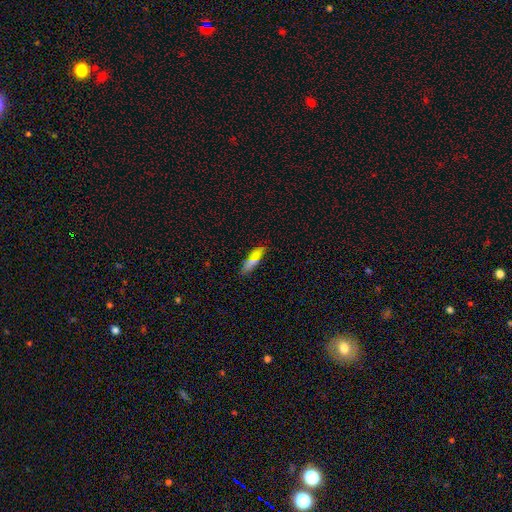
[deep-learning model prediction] Morphology: type=smooth (73%); roundness=cigar-shaped (60%); merging=none (81%).